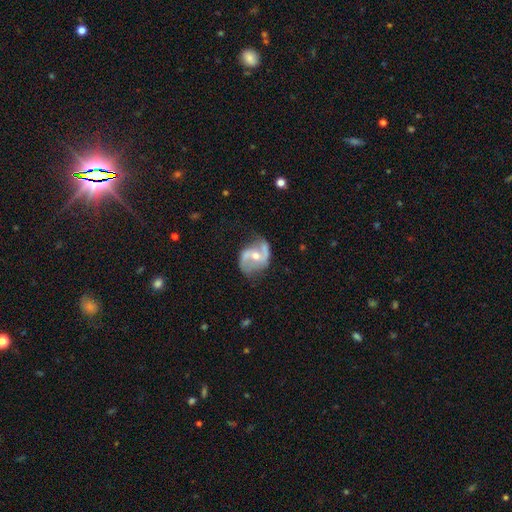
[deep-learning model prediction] A featured or disk galaxy (85%) with a weak bar (42%), 2 (91%) loose (51%) spiral arms (94%) and a moderate central bulge (60%). Merging: none (66%).